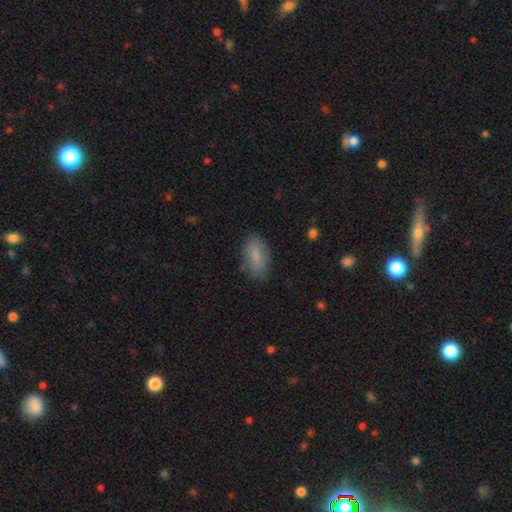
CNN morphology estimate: Q: Smooth or featured?
A: smooth (82%); runner-up: featured or disk (11%)
Q: How rounded?
A: in between (92%); runner-up: cigar-shaped (4%)
Q: Merging?
A: none (79%); runner-up: minor disturbance (16%)